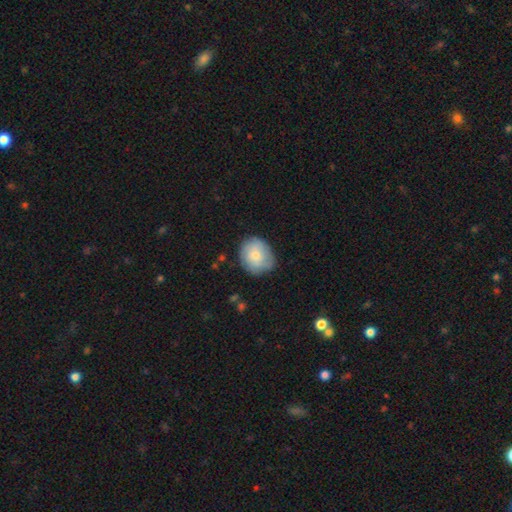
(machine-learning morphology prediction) type=smooth (72%); roundness=round (67%); merging=none (69%).